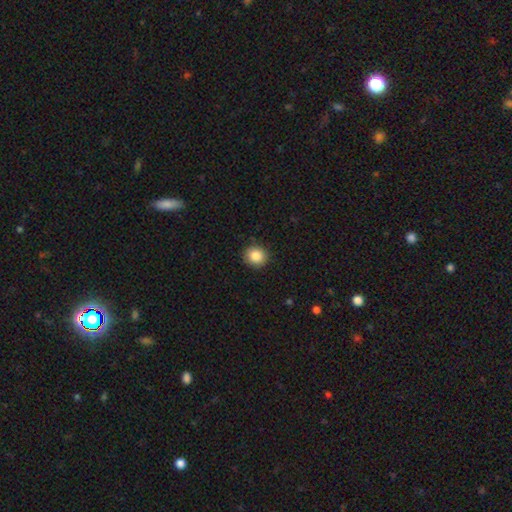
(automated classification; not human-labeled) This appears to be a smooth galaxy with no disk features (86%) that is round (87%). Merging: none (90%).